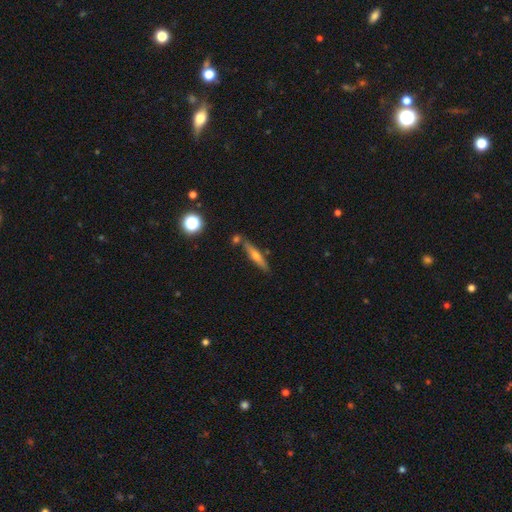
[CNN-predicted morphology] A featured or disk galaxy (52%) viewed edge-on (92%). Merging: none (81%).